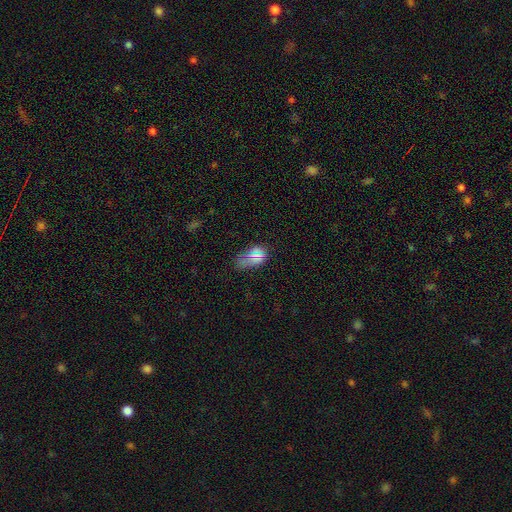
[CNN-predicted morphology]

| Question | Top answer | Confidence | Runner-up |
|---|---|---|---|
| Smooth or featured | smooth | 61% | star or artifact (31%) |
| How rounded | in between | 88% | round (8%) |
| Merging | none | 76% | minor disturbance (16%) |